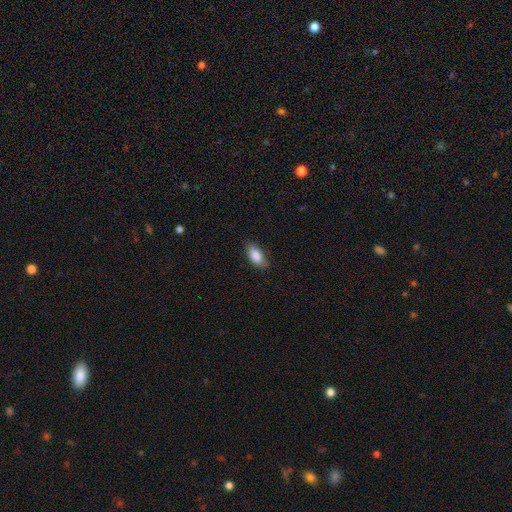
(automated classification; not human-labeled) This is clearly a smooth galaxy (84%). How rounded: clearly in between (89%). Merging: clearly none (83%).